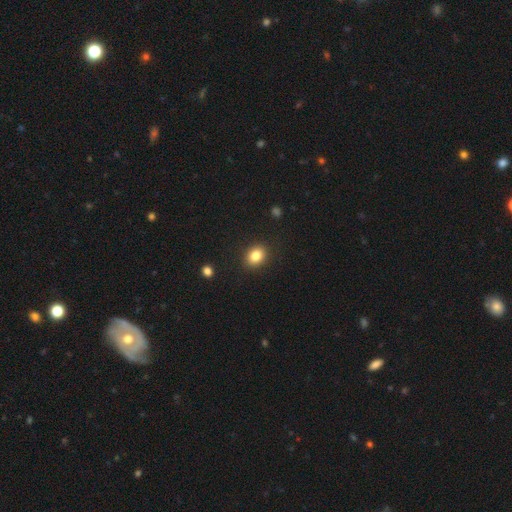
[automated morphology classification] smooth 83%, star or artifact 10%, featured or disk 7%. Down the decision tree: how rounded — round (50%, tied with in between); merging — none (89%).